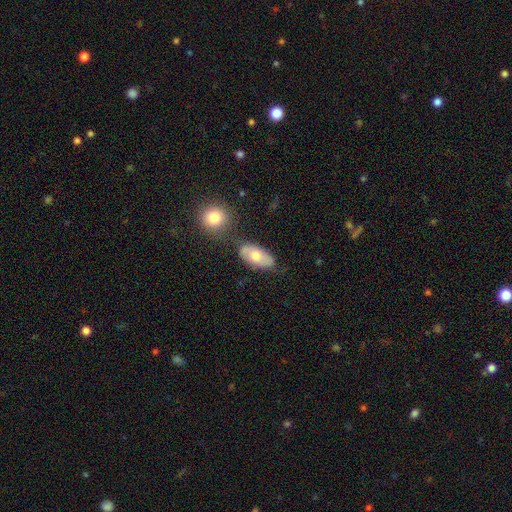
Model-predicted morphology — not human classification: A smooth galaxy with no disk features (64%) that is in between round and cigar-shaped (91%).

Vote fractions:
- Smooth or featured? smooth: 64% / featured or disk: 29% / star or artifact: 7%
- How rounded? in between: 91% / round: 5% / cigar-shaped: 4%
- Merging? none: 63% / minor disturbance: 19% / merger: 13% / major disturbance: 5%